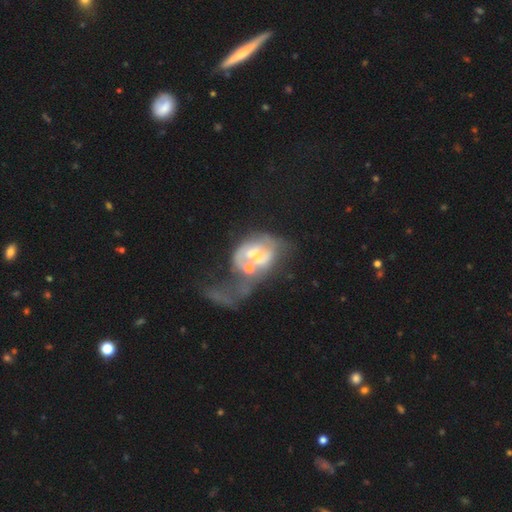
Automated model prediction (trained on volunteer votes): The model was most divided on "spiral arms": yes: 51%, no: 49%. Remaining: edge-on disk — no (97%); smooth or featured — featured or disk (66%); bar — no (56%); merging — merger (45%); bulge size — moderate (43%).